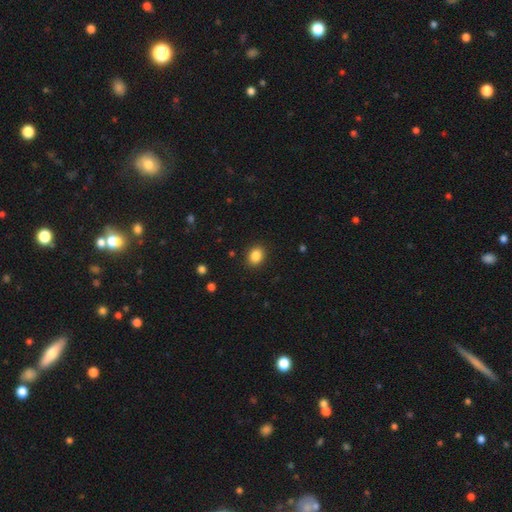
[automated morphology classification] Smooth or featured? smooth (86%)
How rounded? round (53%)
Merging? none (90%)